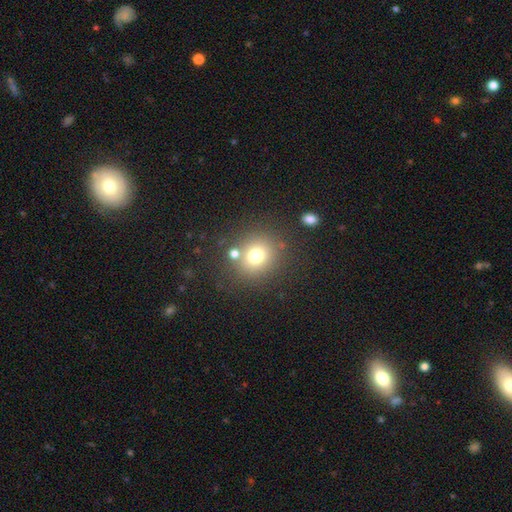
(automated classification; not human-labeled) The model was most divided on "smooth or featured": smooth: 73%, star or artifact: 16%, featured or disk: 11%. More confident: how rounded — round (84%); merging — none (76%).